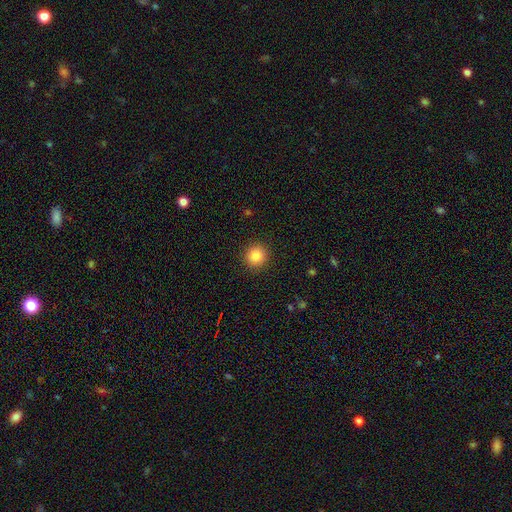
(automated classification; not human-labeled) The model was most divided on "smooth or featured": smooth: 86%, star or artifact: 10%, featured or disk: 4%. More confident: how rounded — round (92%); merging — none (91%).